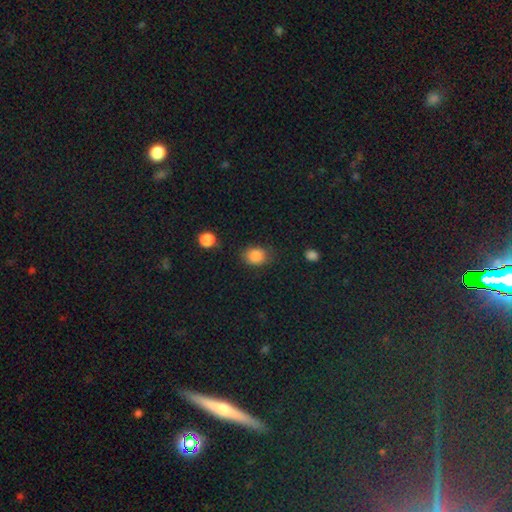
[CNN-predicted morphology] This is clearly a smooth galaxy (85%). How rounded: possibly round (55%). Merging: likely none (78%).